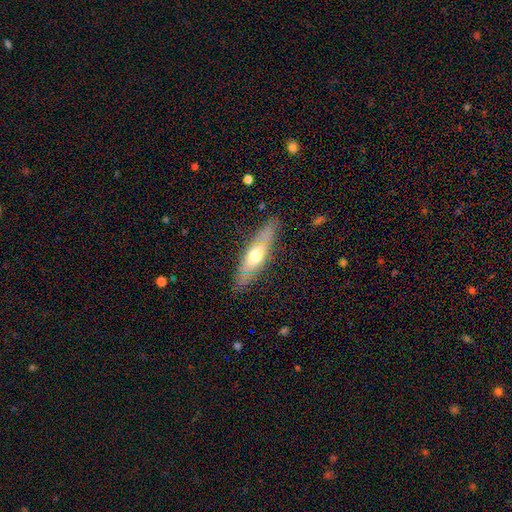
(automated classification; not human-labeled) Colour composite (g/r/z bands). It shows a featured or disk galaxy (47%). Merging: none (80%).